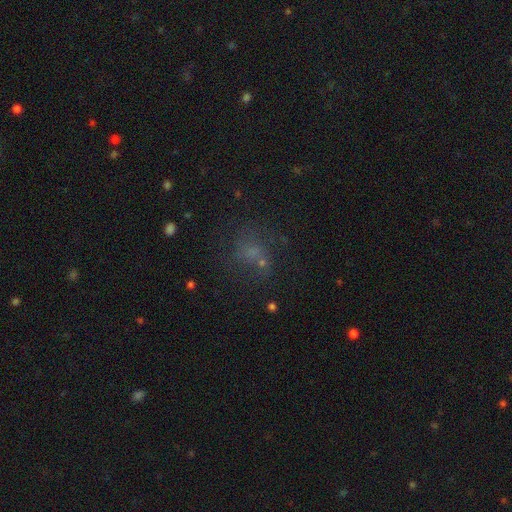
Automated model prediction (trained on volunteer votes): Smooth or featured? Predicted: smooth (p=0.44). Merging? Predicted: none (p=0.55).